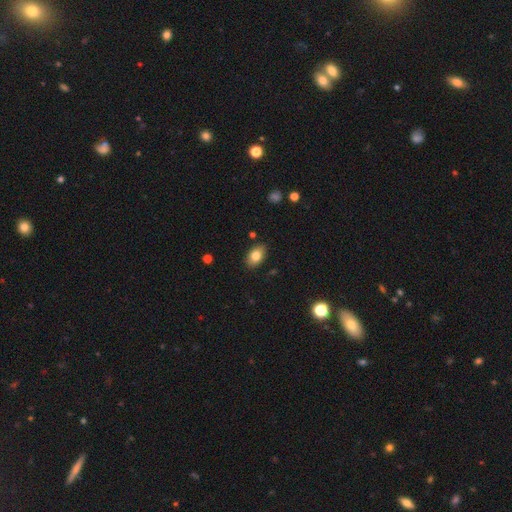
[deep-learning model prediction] smooth-or-featured: smooth: 81% | featured or disk: 11% | star or artifact: 8%
  how-rounded: in between: 87% | round: 11% | cigar-shaped: 1%
  merging: none: 86% | minor disturbance: 11% | major disturbance: 2% | merger: 1%